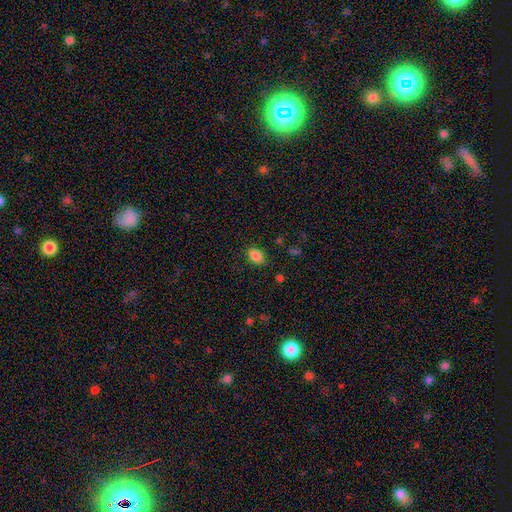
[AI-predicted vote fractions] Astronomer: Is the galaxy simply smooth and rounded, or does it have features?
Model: smooth — 86%.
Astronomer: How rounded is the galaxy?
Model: in between — 77%.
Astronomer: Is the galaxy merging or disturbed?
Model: none — 82%.